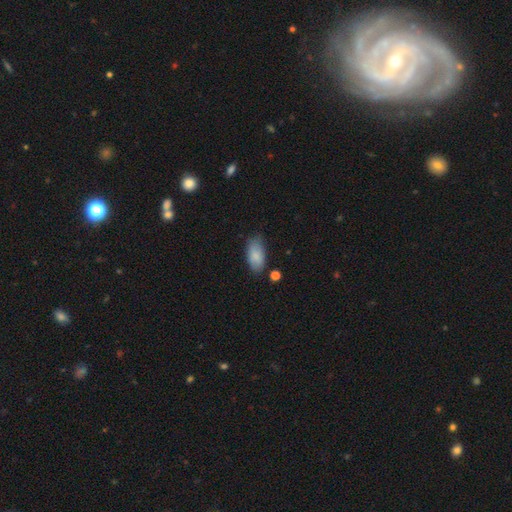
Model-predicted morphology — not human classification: A smooth galaxy with no disk features (86%) that is in between round and cigar-shaped (92%). Merging: none (75%).